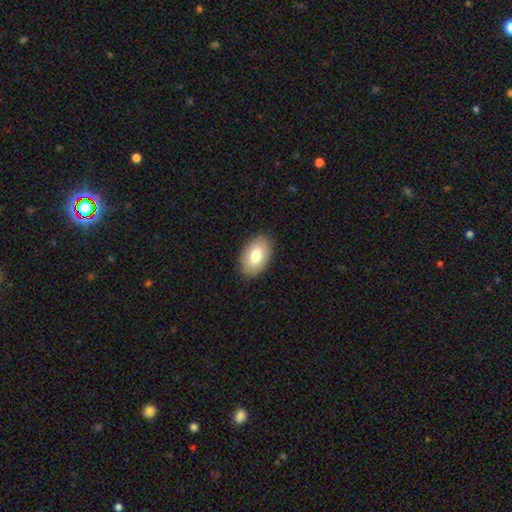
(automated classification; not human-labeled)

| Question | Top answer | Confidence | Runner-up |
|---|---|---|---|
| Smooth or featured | smooth | 78% | featured or disk (15%) |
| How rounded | in between | 92% | round (7%) |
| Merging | none | 89% | minor disturbance (8%) |